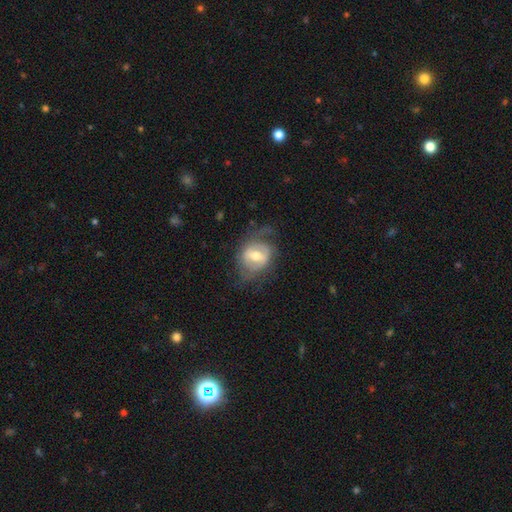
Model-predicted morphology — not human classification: smooth_or_featured: featured or disk (p=0.61) [alt: smooth p=0.33]
disk_edge_on: no (p=0.94) [alt: yes p=0.06]
bar: weak (p=0.43) [alt: strong p=0.32]
has_spiral_arms: yes (p=0.52) [alt: no p=0.48]
bulge_size: moderate (p=0.71) [alt: small p=0.14]
merging: none (p=0.56) [alt: minor disturbance p=0.23]